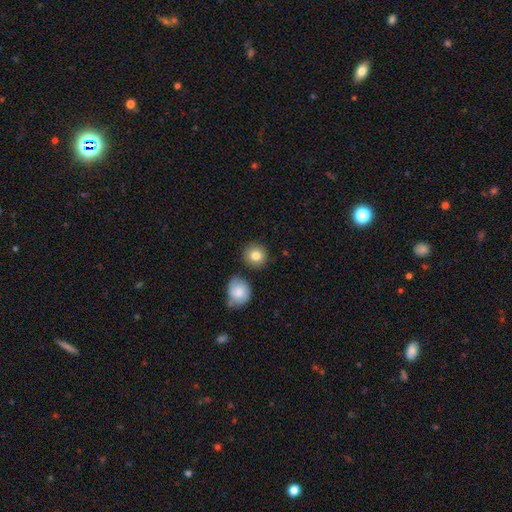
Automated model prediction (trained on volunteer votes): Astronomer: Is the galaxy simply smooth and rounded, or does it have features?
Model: smooth — 83%.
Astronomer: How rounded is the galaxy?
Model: round — 90%.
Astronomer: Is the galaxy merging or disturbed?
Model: none — 83%.